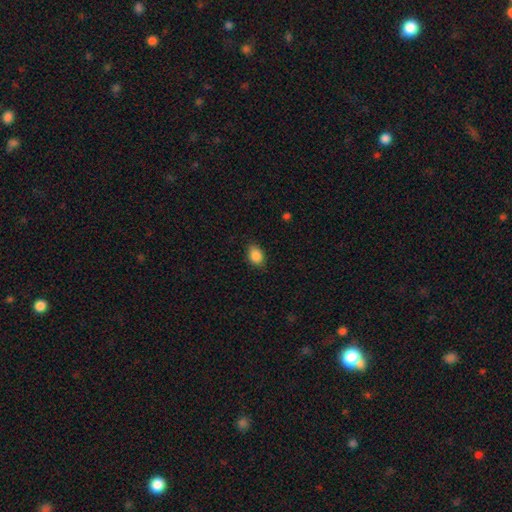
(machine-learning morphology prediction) A smooth galaxy with no disk features (88%) that is in between round and cigar-shaped (73%).

Vote fractions:
- Smooth or featured? smooth: 88% / star or artifact: 8% / featured or disk: 4%
- How rounded? in between: 73% / round: 26% / cigar-shaped: 1%
- Merging? none: 81% / minor disturbance: 15% / major disturbance: 3% / merger: 1%